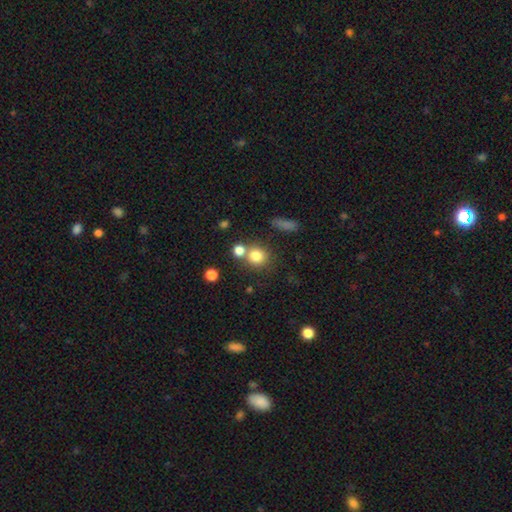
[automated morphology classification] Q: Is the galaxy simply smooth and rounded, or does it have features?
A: smooth — 79%.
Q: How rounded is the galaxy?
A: round — 86%.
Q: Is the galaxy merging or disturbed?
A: none — 60%.